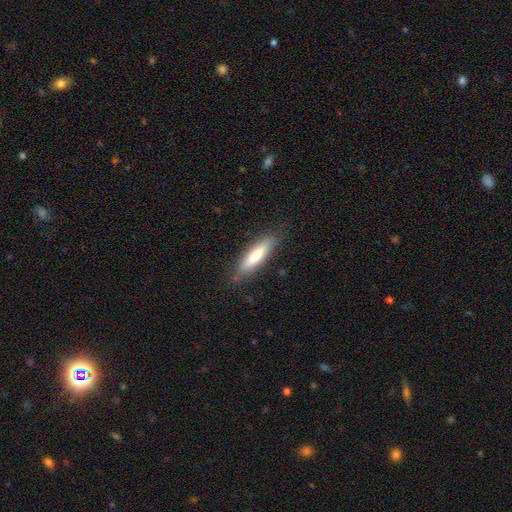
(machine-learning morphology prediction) This appears to be a smooth galaxy with no disk features (76%) that is cigar-shaped (71%). Merging: none (83%).